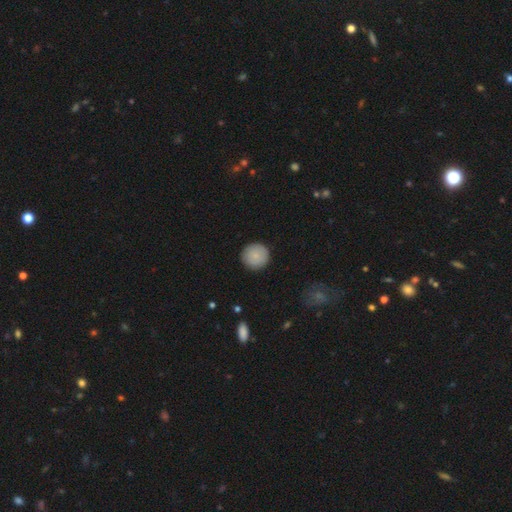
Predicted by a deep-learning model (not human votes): Overall: smooth (85%). How rounded: round (95%). Merging: none (91%).